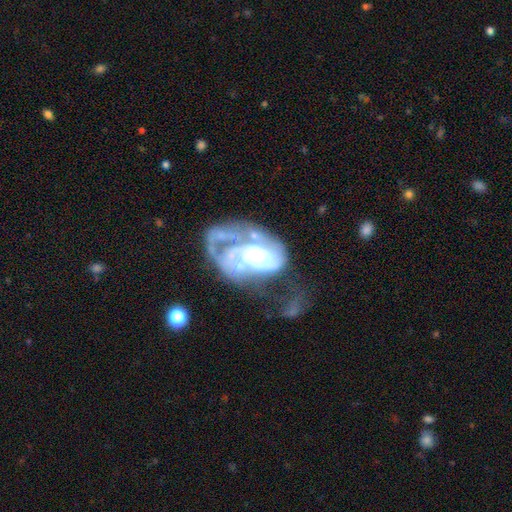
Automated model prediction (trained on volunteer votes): This appears to be a featured or disk galaxy (77%) with no bar (76%), tight (38%) spiral arms (67%) and a moderate central bulge (34%). Merging: major disturbance (51%).